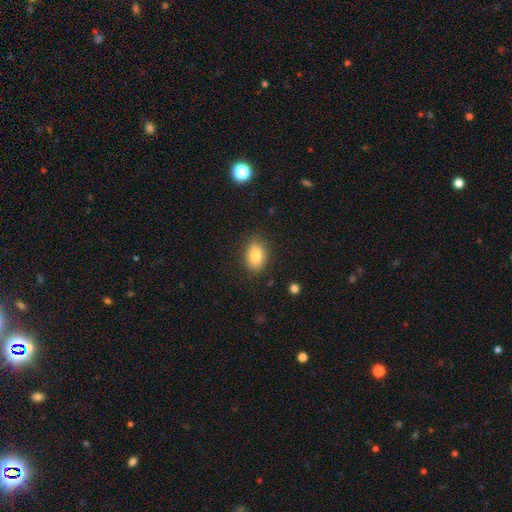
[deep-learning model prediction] A smooth galaxy with no disk features (83%) that is in between round and cigar-shaped (80%). Merging: none (85%).